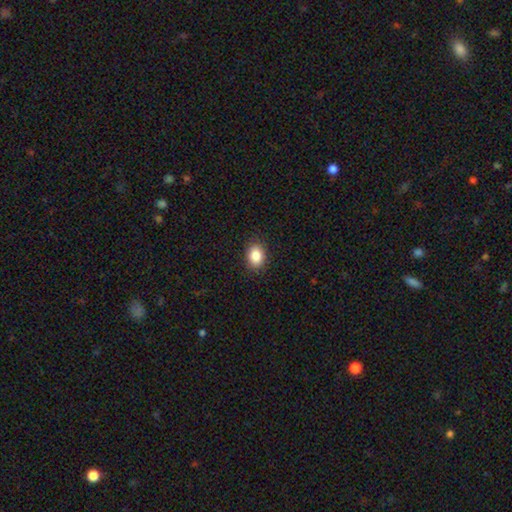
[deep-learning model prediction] The model was most divided on "how rounded": in between: 66%, round: 33%, cigar-shaped: 1%. More confident: merging — none (88%); smooth or featured — smooth (86%).